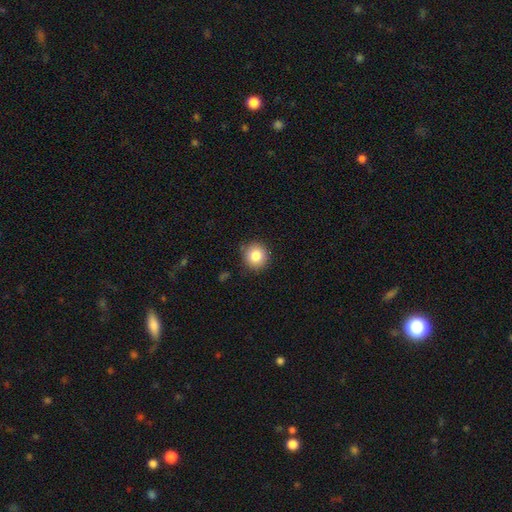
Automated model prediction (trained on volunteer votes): Overall: smooth (84%). How rounded: round (93%). Merging: none (89%).